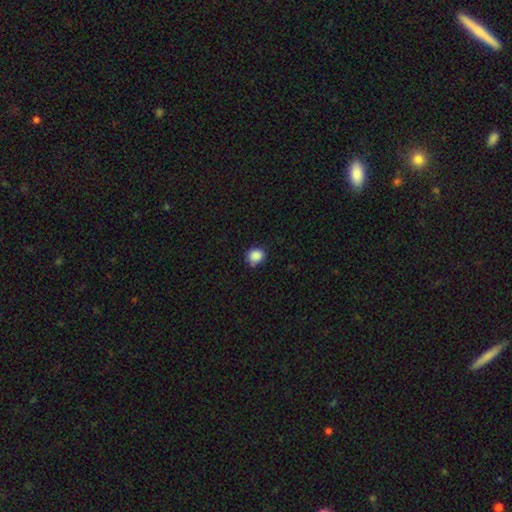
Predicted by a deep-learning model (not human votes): A smooth galaxy with no disk features (87%) that is round (70%). Merging: none (72%).